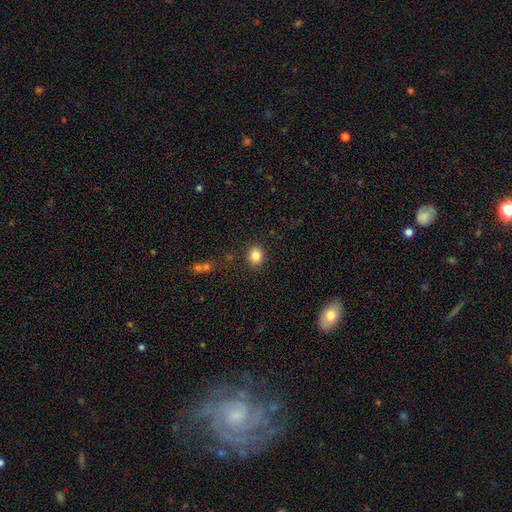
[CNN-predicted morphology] type=smooth (84%); roundness=round (59%); merging=none (86%).